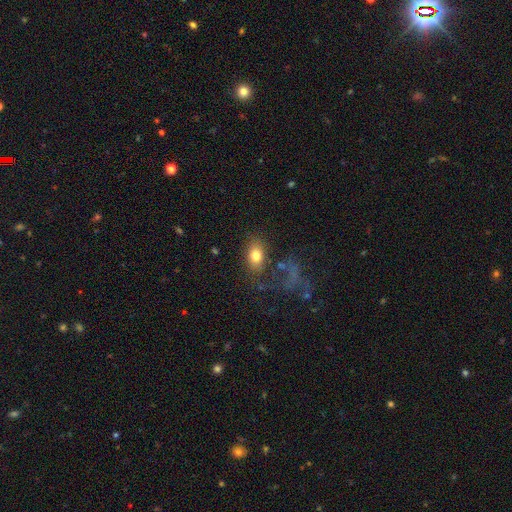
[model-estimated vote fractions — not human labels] The model was most divided on "merging": none: 66%, minor disturbance: 14%, major disturbance: 13%, merger: 6%. More confident: how rounded — in between (83%); smooth or featured — smooth (77%).